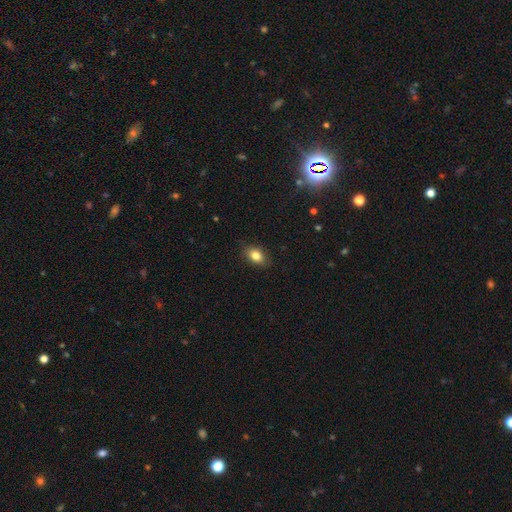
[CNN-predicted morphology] A smooth galaxy with no disk features (83%) that is in between round and cigar-shaped (81%).

Vote fractions:
- Smooth or featured? smooth: 83% / star or artifact: 9% / featured or disk: 8%
- How rounded? in between: 81% / round: 17% / cigar-shaped: 2%
- Merging? none: 85% / minor disturbance: 11% / major disturbance: 2% / merger: 1%